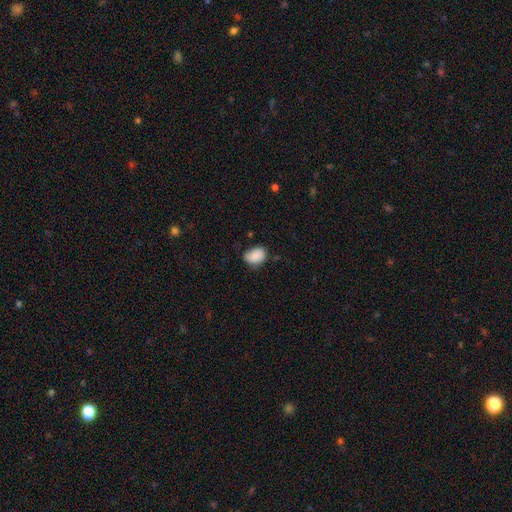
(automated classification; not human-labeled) Smooth or featured: smooth — 88% (star or artifact — 8%)
How rounded: in between — 76% (round — 23%)
Merging: none — 62% (minor disturbance — 30%)